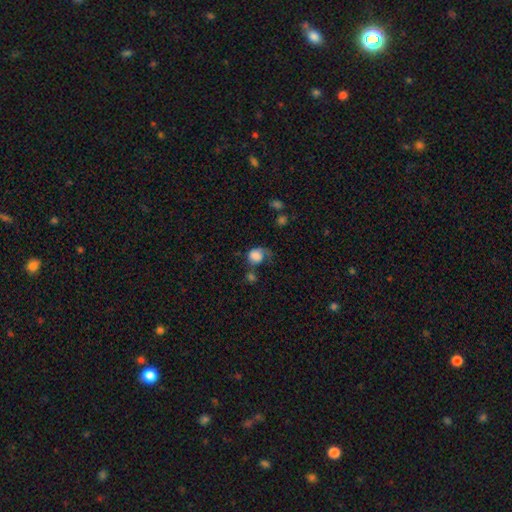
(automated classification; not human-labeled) A smooth galaxy with no disk features (77%) that is round (65%). Merging: major disturbance (37%).